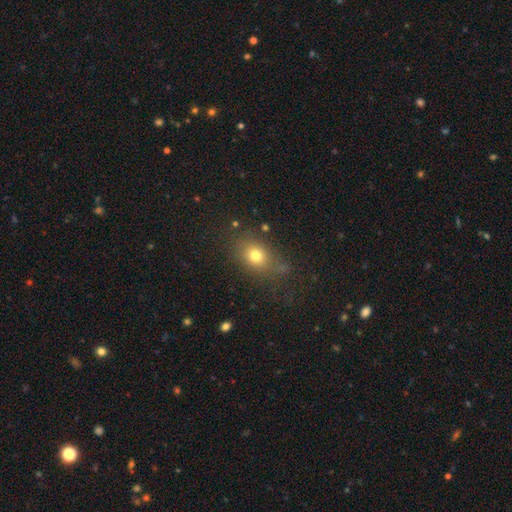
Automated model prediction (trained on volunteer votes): Morphology: type=smooth (74%); roundness=in between (53%); merging=none (68%).